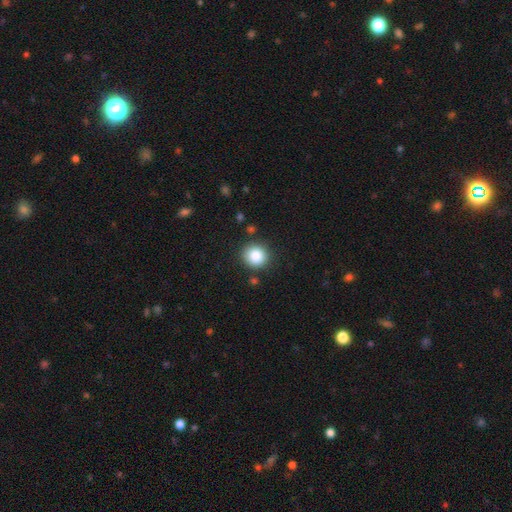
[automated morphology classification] A smooth galaxy with no disk features (85%) that is round (90%). Merging: none (87%).